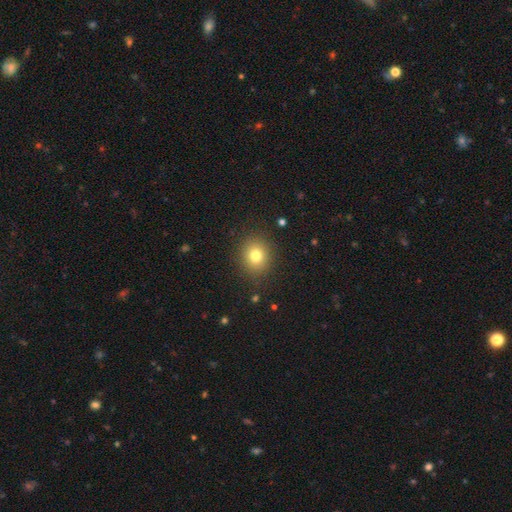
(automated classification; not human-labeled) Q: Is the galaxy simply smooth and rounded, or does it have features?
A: smooth — 79%.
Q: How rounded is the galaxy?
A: round — 75%.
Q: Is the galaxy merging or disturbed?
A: none — 88%.